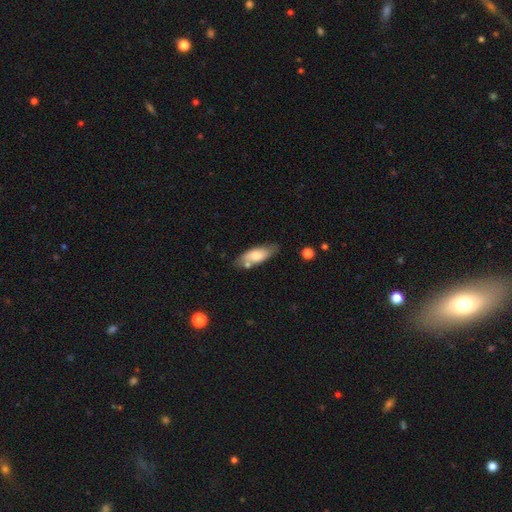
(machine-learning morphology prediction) smooth 72%, featured or disk 22%, star or artifact 6%. Down the decision tree: how rounded — in between (72%); merging — none (69%).